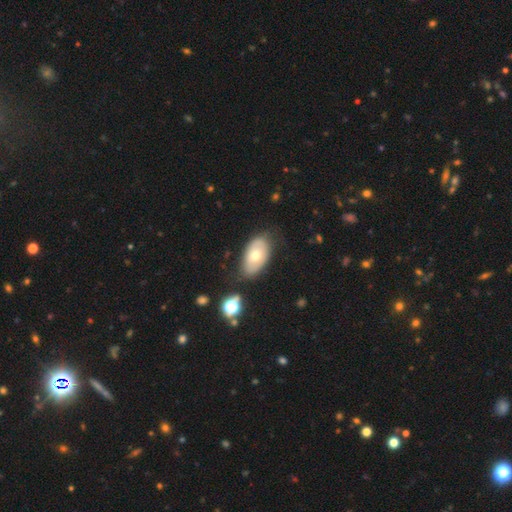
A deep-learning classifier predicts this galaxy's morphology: Smooth or featured?
  - smooth: 61% *
  - featured or disk: 31%
  - star or artifact: 8%
How rounded?
  - in between: 92% *
  - round: 6%
  - cigar-shaped: 2%
Merging?
  - none: 72% *
  - minor disturbance: 19%
  - major disturbance: 5%
  - merger: 4%